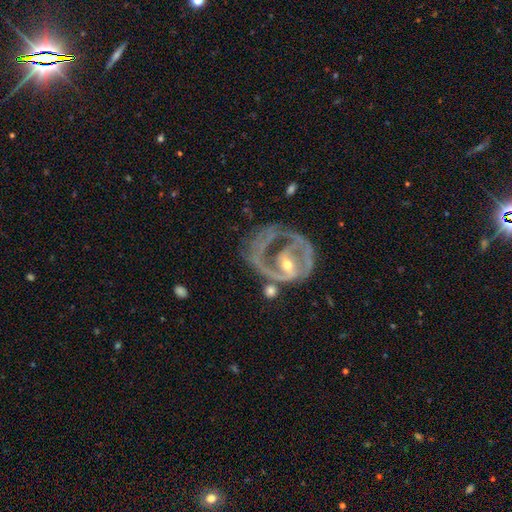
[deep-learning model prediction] Smooth or featured? Predicted: featured or disk (p=0.84). Edge-on disk? Predicted: no (p=0.97). Bar? Predicted: no (p=0.36). Spiral arms? Predicted: yes (p=0.75). Spiral winding? Predicted: medium (p=0.42). Spiral arm count? Predicted: 2 (p=0.41). Bulge size? Predicted: small (p=0.51). Merging? Predicted: major disturbance (p=0.41).